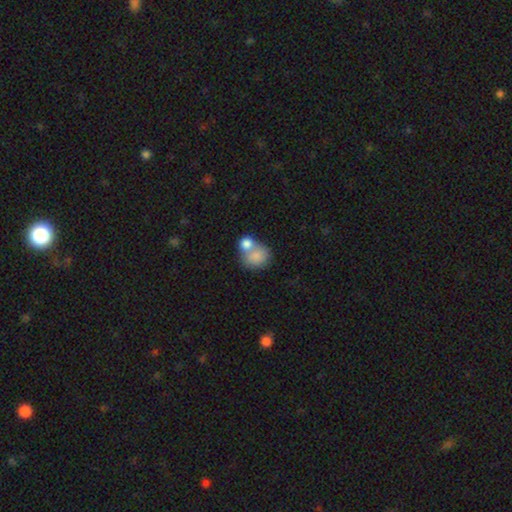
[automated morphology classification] type=smooth (80%); roundness=round (66%); merging=merger (59%).